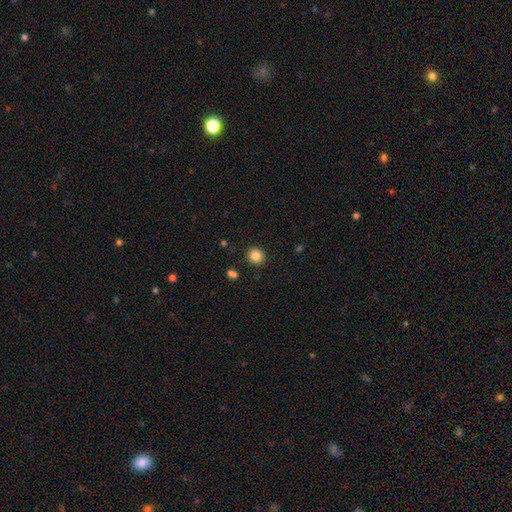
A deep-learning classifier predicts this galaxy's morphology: smooth_or_featured: smooth (p=0.84) [alt: star or artifact p=0.11]
how_rounded: round (p=0.90) [alt: in between p=0.09]
merging: none (p=0.90) [alt: minor disturbance p=0.06]